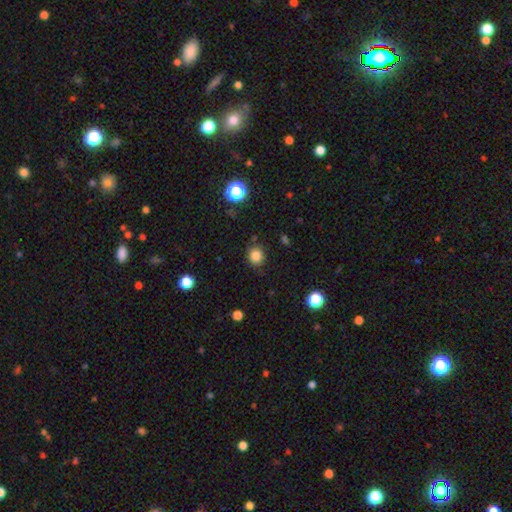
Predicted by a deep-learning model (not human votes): The model was most divided on "how rounded": round: 82%, in between: 17%, cigar-shaped: 1%. More confident: merging — none (86%); smooth or featured — smooth (84%).